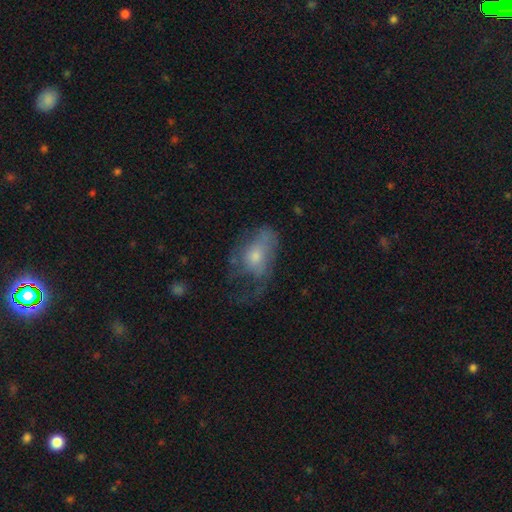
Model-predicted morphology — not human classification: Overall: featured or disk (48%; smooth 42%). Merging: major disturbance (46%; none 28%).